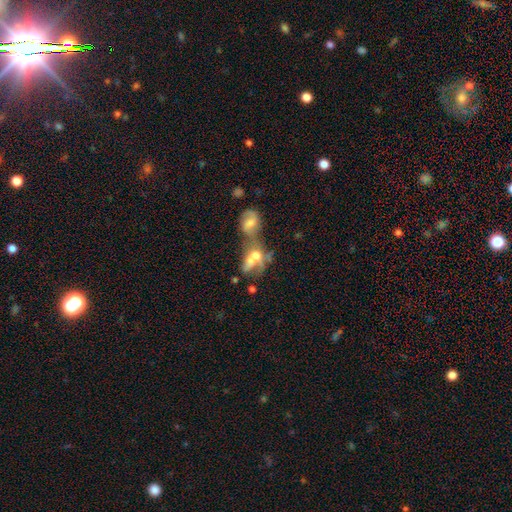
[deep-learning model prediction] Smooth or featured? Predicted: smooth (p=0.49). Merging? Predicted: merger (p=0.48).